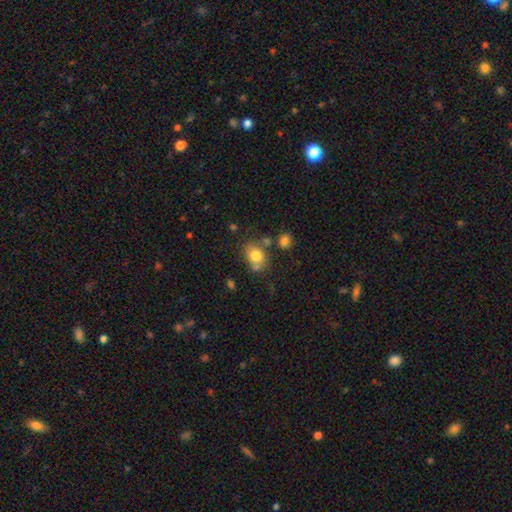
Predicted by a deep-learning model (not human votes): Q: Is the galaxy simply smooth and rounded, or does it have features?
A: smooth — 76%.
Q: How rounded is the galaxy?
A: in between — 53%.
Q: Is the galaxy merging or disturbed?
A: none — 54%.